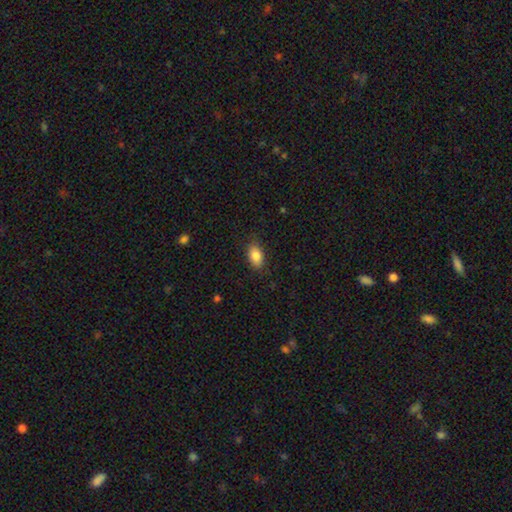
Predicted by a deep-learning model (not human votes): Smooth or featured? Predicted: smooth (p=0.85). How rounded? Predicted: in between (p=0.90). Merging? Predicted: none (p=0.85).